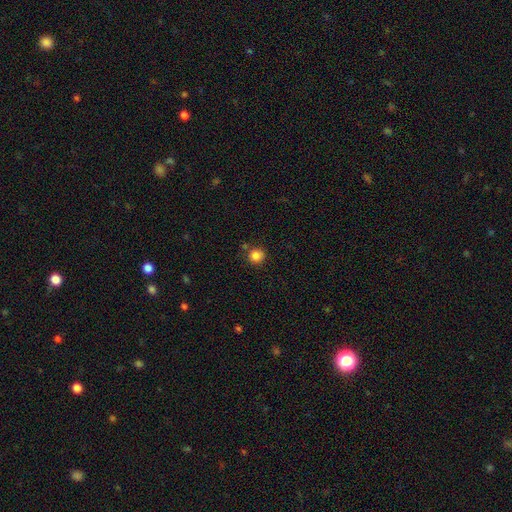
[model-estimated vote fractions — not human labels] Overall: smooth (85%). How rounded: round (91%). Merging: none (81%).